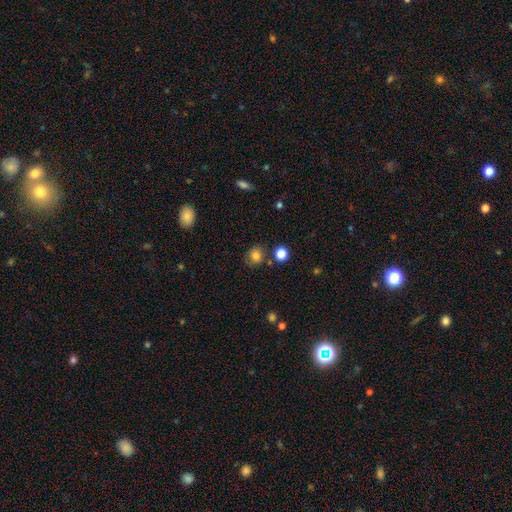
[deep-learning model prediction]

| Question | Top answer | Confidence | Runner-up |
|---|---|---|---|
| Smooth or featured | smooth | 82% | star or artifact (12%) |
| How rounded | round | 82% | in between (17%) |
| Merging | none | 78% | minor disturbance (13%) |